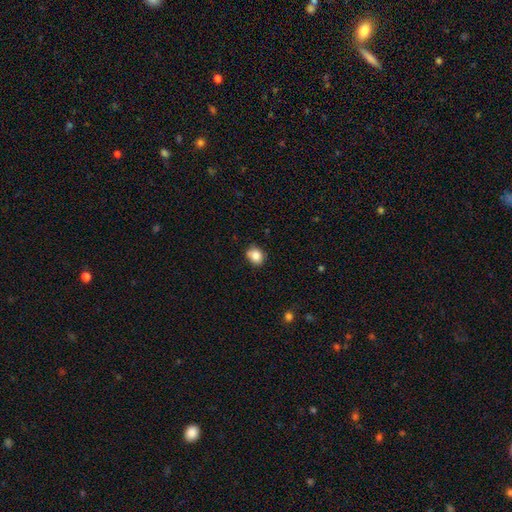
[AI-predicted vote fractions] smooth 83%, star or artifact 10%, featured or disk 7%. Down the decision tree: how rounded — round (58%); merging — none (76%).